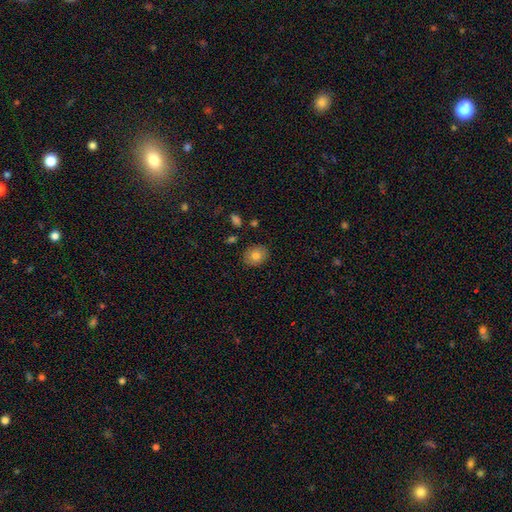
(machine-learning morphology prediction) The model was most divided on "how rounded": in between: 50%, round: 49%, cigar-shaped: 1%. More confident: merging — none (86%); smooth or featured — smooth (79%).